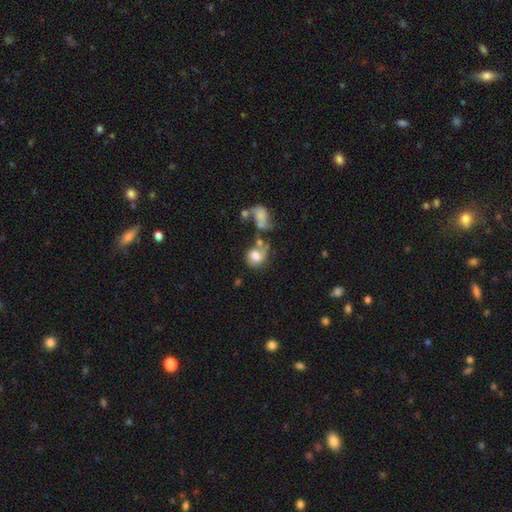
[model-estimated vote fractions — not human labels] Q: Smooth or featured?
A: smooth (68%); runner-up: featured or disk (23%)
Q: How rounded?
A: round (55%); runner-up: in between (44%)
Q: Merging?
A: merger (32%); runner-up: none (29%)